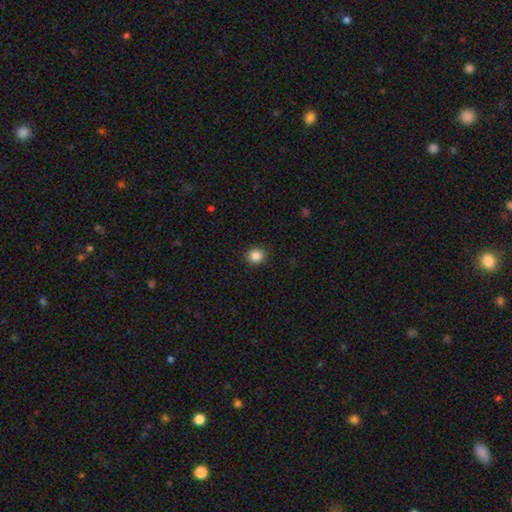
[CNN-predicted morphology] type=smooth (86%); roundness=round (82%); merging=none (91%).